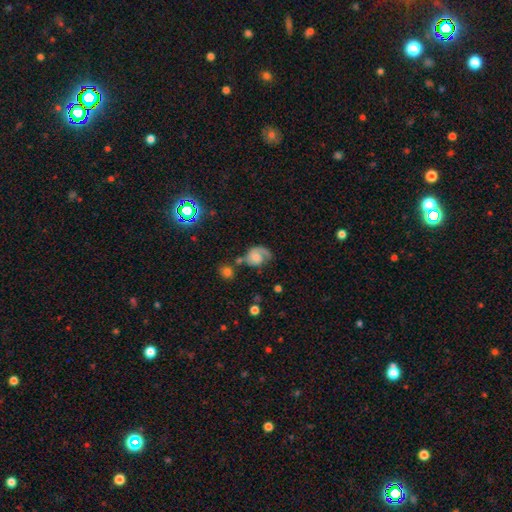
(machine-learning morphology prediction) smooth_or_featured: featured or disk (p=0.61) [alt: smooth p=0.30]
disk_edge_on: no (p=0.97) [alt: yes p=0.03]
bar: no (p=0.70) [alt: weak p=0.26]
has_spiral_arms: yes (p=0.89) [alt: no p=0.11]
spiral_winding: medium (p=0.39) [alt: tight p=0.35]
spiral_arm_count: 1 (p=0.67) [alt: 2 p=0.23]
bulge_size: moderate (p=0.32) [alt: small p=0.31]
merging: none (p=0.42) [alt: major disturbance p=0.25]